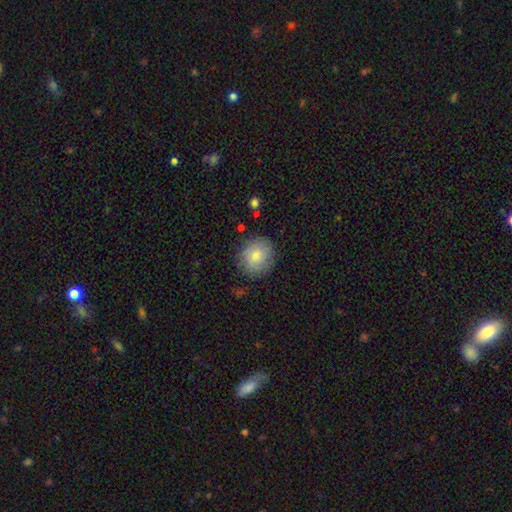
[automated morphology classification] Smooth or featured? Predicted: smooth (p=0.80). How rounded? Predicted: round (p=0.84). Merging? Predicted: none (p=0.85).